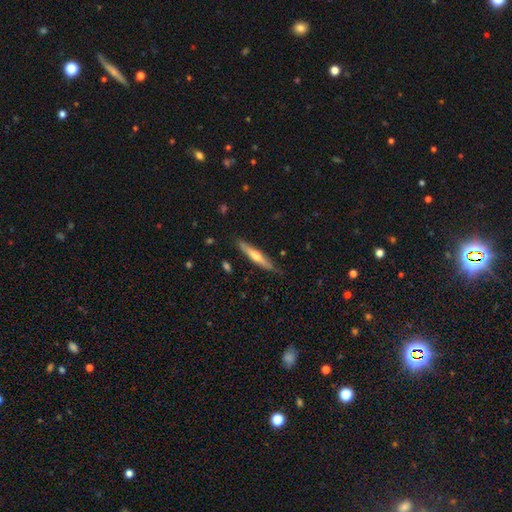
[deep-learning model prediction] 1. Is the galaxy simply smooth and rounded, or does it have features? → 55% featured or disk, 39% smooth, 6% star or artifact.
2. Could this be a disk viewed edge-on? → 94% yes, 6% no.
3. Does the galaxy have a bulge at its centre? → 85% rounded, 10% none, 5% boxy.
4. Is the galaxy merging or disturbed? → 81% none, 15% minor disturbance, 2% major disturbance, 2% merger.